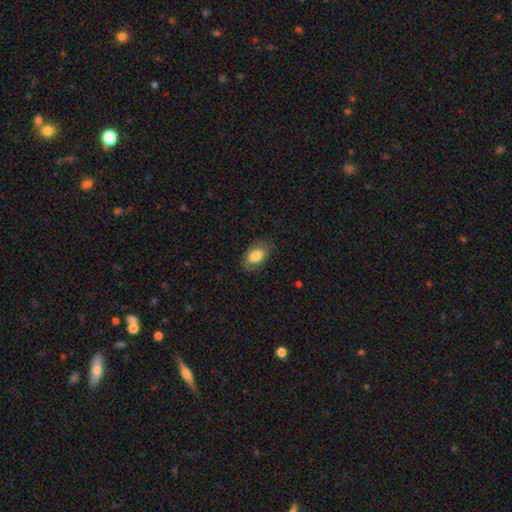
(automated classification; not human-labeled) The model was most divided on "merging": none: 74%, minor disturbance: 19%, major disturbance: 6%, merger: 1%. More confident: how rounded — in between (91%); smooth or featured — smooth (76%).